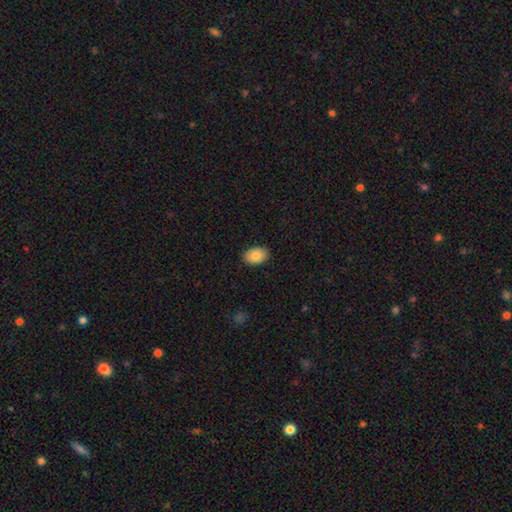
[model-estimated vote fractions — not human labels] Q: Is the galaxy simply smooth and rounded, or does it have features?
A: smooth — 86%.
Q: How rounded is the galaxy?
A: in between — 86%.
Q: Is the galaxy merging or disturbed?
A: none — 88%.